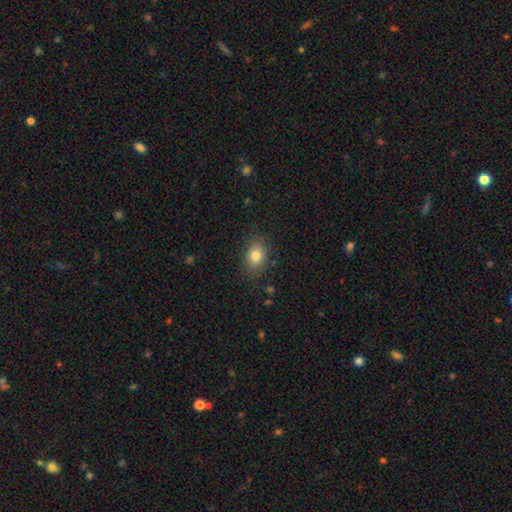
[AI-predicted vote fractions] This is clearly a smooth galaxy (81%). How rounded: likely in between (71%). Merging: clearly none (84%).